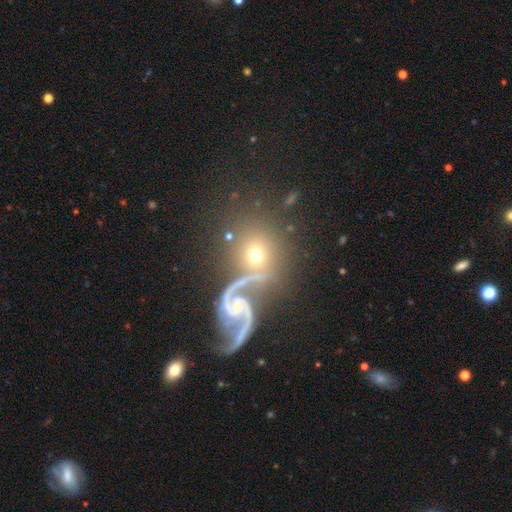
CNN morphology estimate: The model was most divided on "smooth or featured": featured or disk: 47%, smooth: 40%, star or artifact: 13%. More confident: merging — none (67%).